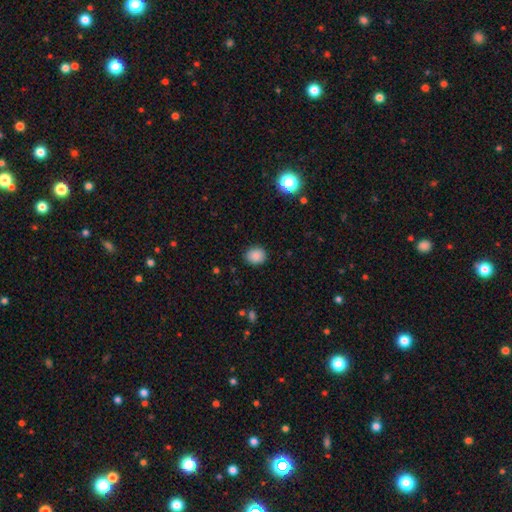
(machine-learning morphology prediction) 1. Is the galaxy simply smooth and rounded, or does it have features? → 87% smooth, 9% star or artifact, 3% featured or disk.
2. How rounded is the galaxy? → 69% round, 30% in between, 1% cigar-shaped.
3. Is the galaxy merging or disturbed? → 89% none, 8% minor disturbance, 2% major disturbance, 1% merger.